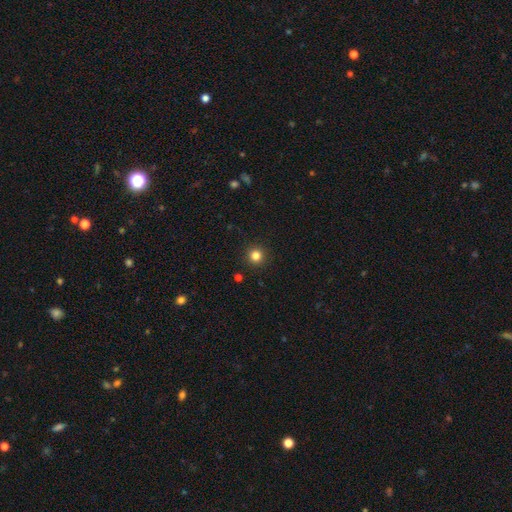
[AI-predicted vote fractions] Q: Smooth or featured?
A: smooth (82%); runner-up: star or artifact (13%)
Q: How rounded?
A: round (95%); runner-up: in between (4%)
Q: Merging?
A: none (93%); runner-up: minor disturbance (4%)